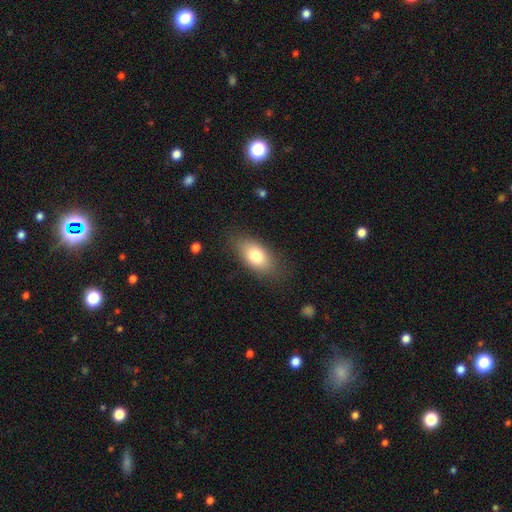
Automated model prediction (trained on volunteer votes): This appears to be a smooth galaxy with no disk features (76%) that is in between round and cigar-shaped (88%). Merging: none (81%).